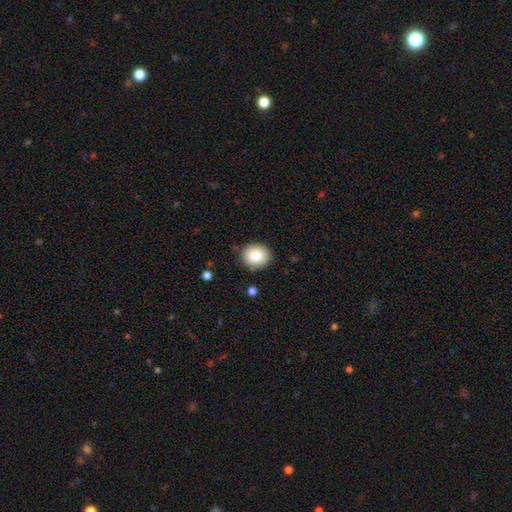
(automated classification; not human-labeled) Smooth or featured: smooth — 88% (star or artifact — 8%)
How rounded: round — 66% (in between — 33%)
Merging: none — 85% (minor disturbance — 10%)